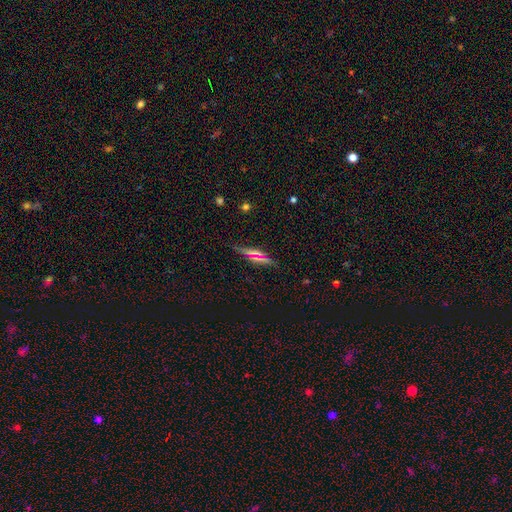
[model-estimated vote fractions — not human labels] Q: Smooth or featured?
A: smooth (54%); runner-up: featured or disk (26%)
Q: How rounded?
A: cigar-shaped (59%); runner-up: in between (34%)
Q: Merging?
A: none (84%); runner-up: minor disturbance (11%)